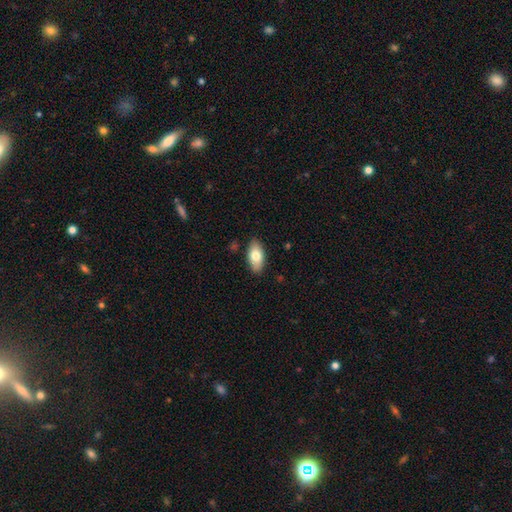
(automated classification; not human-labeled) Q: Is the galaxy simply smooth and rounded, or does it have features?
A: smooth — 76%.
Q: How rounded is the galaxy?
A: in between — 91%.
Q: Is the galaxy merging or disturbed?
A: none — 87%.